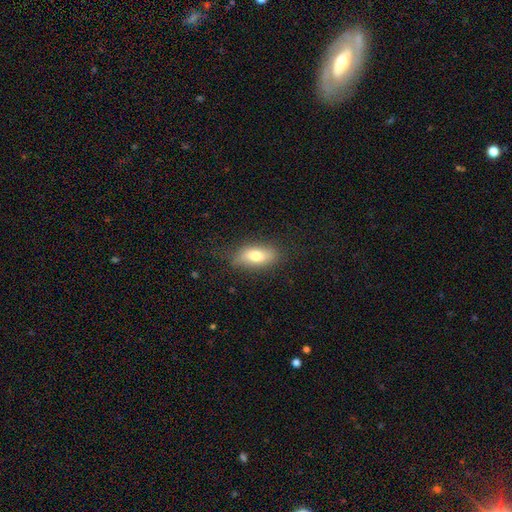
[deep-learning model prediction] smooth 74%, featured or disk 18%, star or artifact 7%. Down the decision tree: how rounded — in between (84%); merging — none (76%).